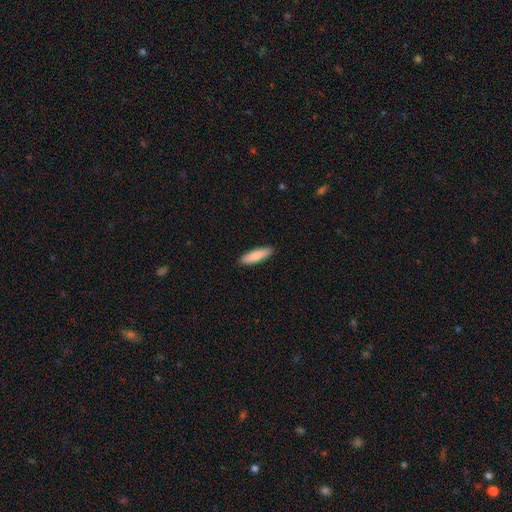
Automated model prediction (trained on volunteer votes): A smooth galaxy with no disk features (84%) that is cigar-shaped (62%).

Vote fractions:
- Smooth or featured? smooth: 84% / featured or disk: 11% / star or artifact: 5%
- How rounded? cigar-shaped: 62% / in between: 37% / round: 2%
- Merging? none: 90% / minor disturbance: 7% / major disturbance: 1% / merger: 1%